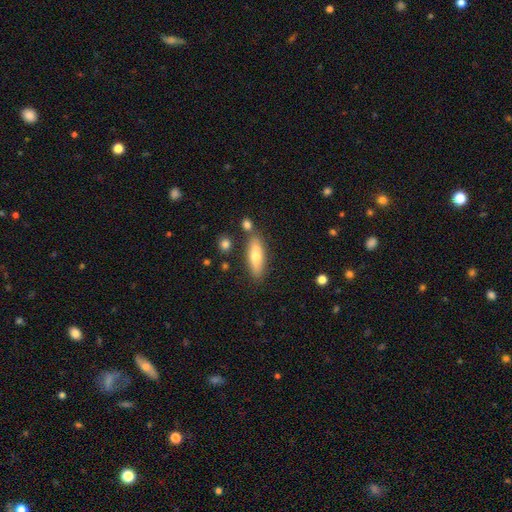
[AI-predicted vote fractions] Smooth or featured? smooth (62%)
How rounded? cigar-shaped (52%)
Merging? none (79%)